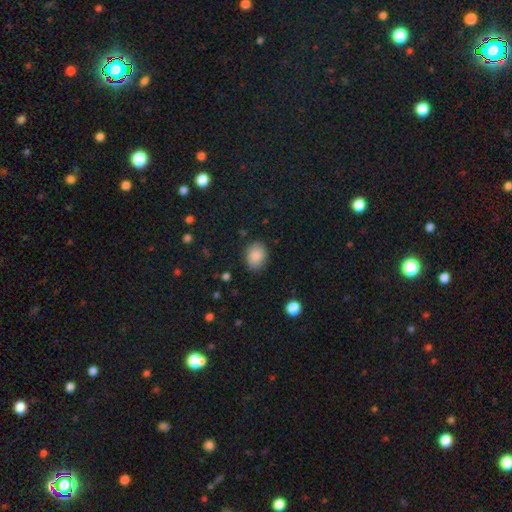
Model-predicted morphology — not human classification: Q: Smooth or featured?
A: smooth (87%); runner-up: star or artifact (9%)
Q: How rounded?
A: in between (54%); runner-up: round (45%)
Q: Merging?
A: none (81%); runner-up: minor disturbance (14%)